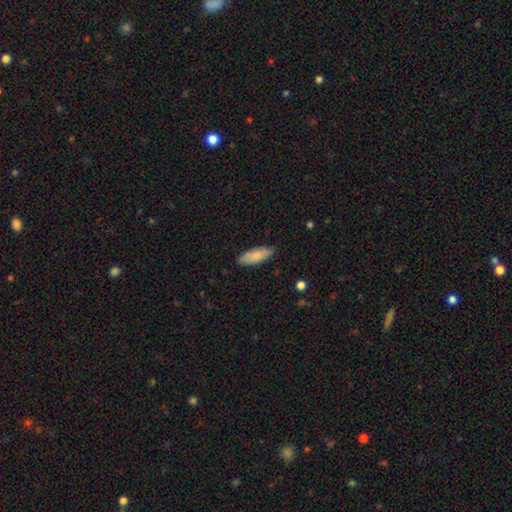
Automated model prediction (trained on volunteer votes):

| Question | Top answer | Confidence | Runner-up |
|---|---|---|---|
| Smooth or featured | smooth | 84% | featured or disk (11%) |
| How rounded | in between | 72% | cigar-shaped (26%) |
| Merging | none | 84% | minor disturbance (13%) |